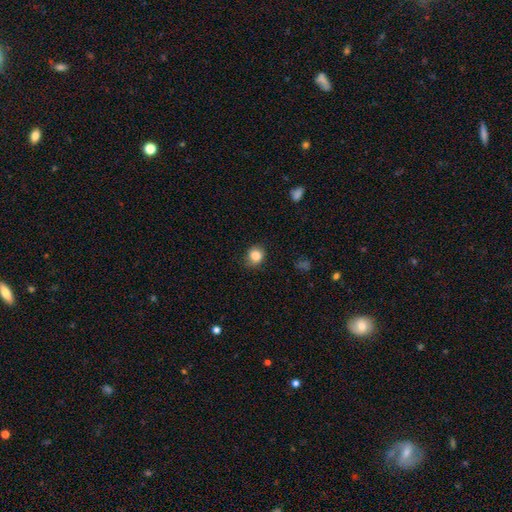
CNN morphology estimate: smooth-or-featured: smooth: 85% | star or artifact: 10% | featured or disk: 5%
  how-rounded: round: 72% | in between: 27% | cigar-shaped: 1%
  merging: none: 74% | minor disturbance: 20% | major disturbance: 5% | merger: 1%